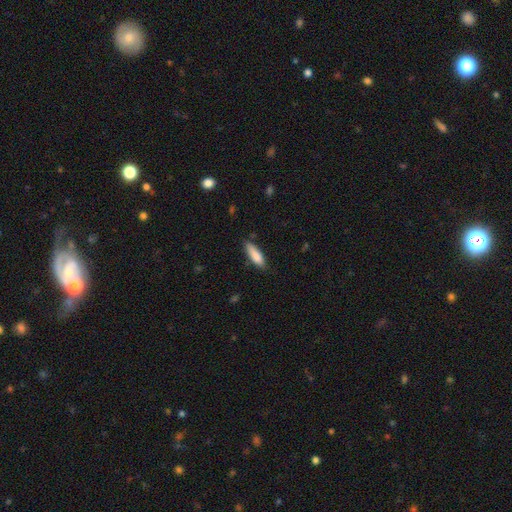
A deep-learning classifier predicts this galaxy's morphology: Overall: smooth (85%). How rounded: cigar-shaped (50%; in between 49%). Merging: none (79%).